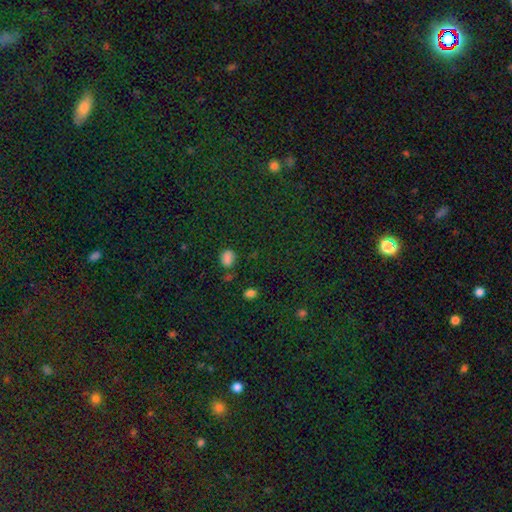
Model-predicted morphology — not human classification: Smooth or featured? star or artifact (61%)